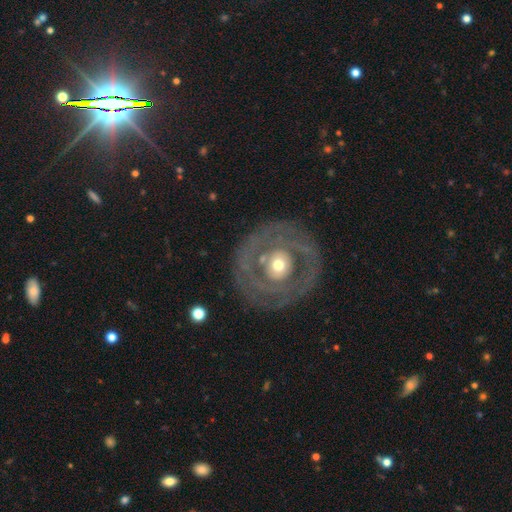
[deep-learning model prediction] Q: Smooth or featured?
A: featured or disk (76%); runner-up: smooth (15%)
Q: Edge-on disk?
A: no (95%); runner-up: yes (5%)
Q: Bar?
A: no (54%); runner-up: weak (28%)
Q: Spiral arms?
A: yes (57%); runner-up: no (43%)
Q: Bulge size?
A: moderate (62%); runner-up: small (31%)
Q: Merging?
A: none (81%); runner-up: minor disturbance (11%)